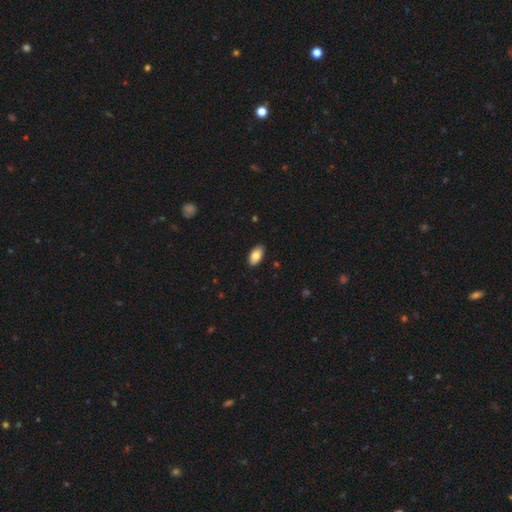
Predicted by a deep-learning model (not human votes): This appears to be a smooth galaxy with no disk features (83%) that is in between round and cigar-shaped (94%). Merging: none (88%).